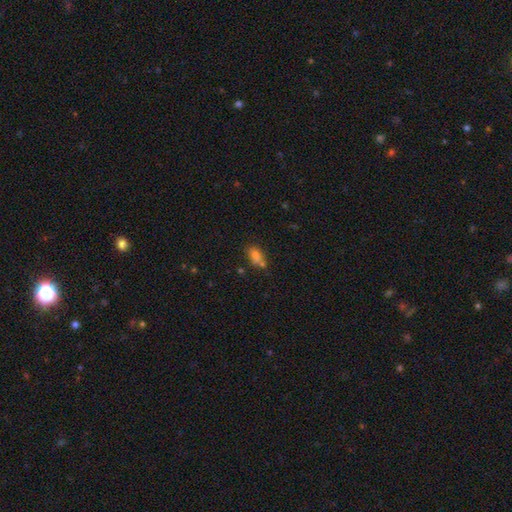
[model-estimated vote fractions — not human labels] Smooth or featured: smooth — 71% (star or artifact — 16%)
How rounded: in between — 75% (round — 22%)
Merging: none — 50% (merger — 28%)